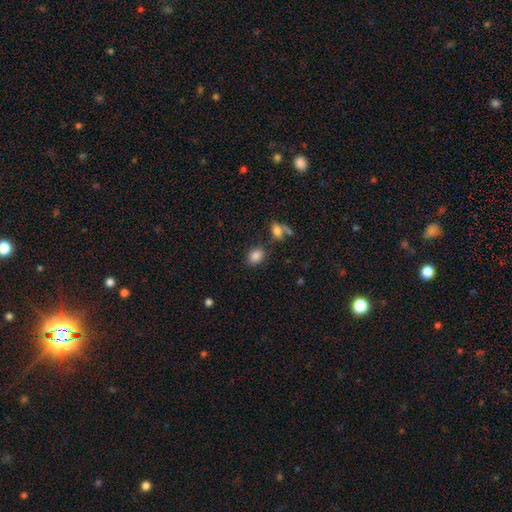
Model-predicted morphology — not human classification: Smooth or featured?
  - smooth: 85% *
  - star or artifact: 10%
  - featured or disk: 5%
How rounded?
  - in between: 60% *
  - round: 39%
  - cigar-shaped: 1%
Merging?
  - none: 76% *
  - minor disturbance: 12%
  - merger: 8%
  - major disturbance: 4%